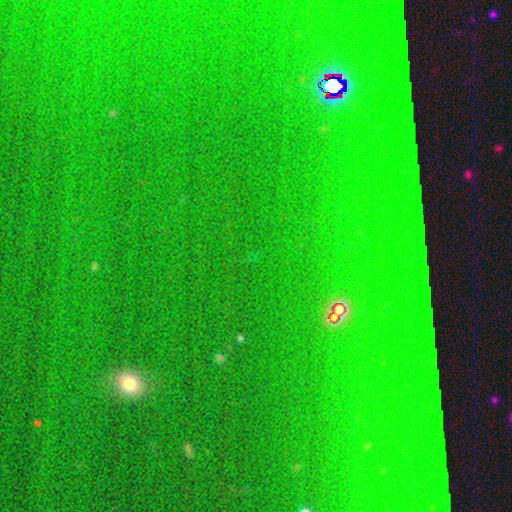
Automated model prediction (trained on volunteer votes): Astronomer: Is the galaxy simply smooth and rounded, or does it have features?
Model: star or artifact — 73%.